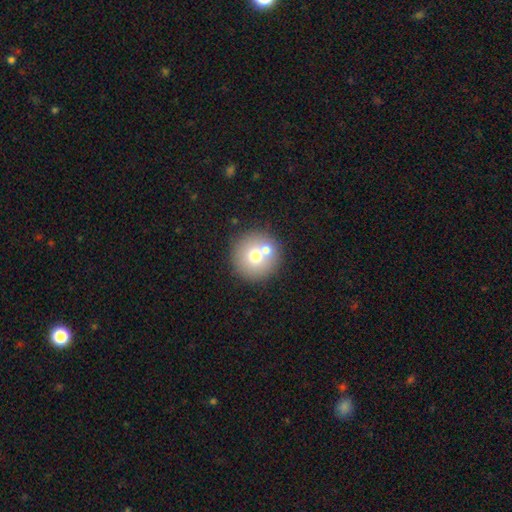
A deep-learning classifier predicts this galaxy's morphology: smooth_or_featured: smooth (p=0.69) [alt: featured or disk p=0.20]
how_rounded: round (p=0.95) [alt: in between p=0.04]
merging: none (p=0.67) [alt: merger p=0.23]